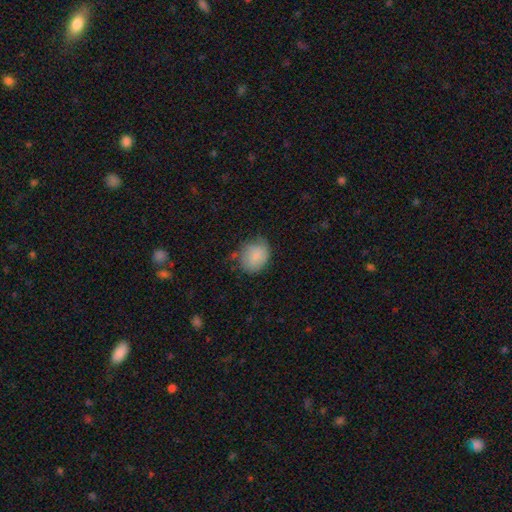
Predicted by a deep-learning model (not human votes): Morphology: type=smooth (79%); roundness=round (59%); merging=none (57%).